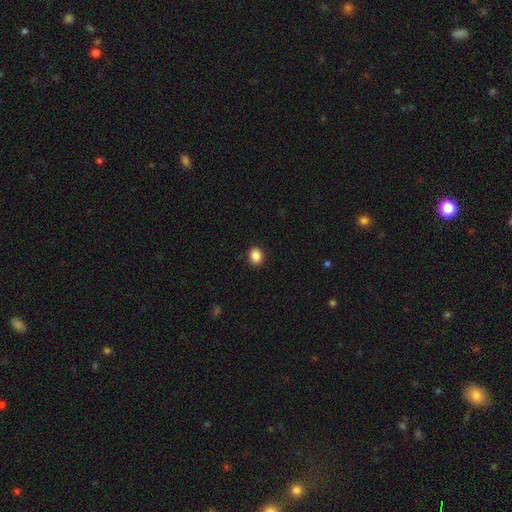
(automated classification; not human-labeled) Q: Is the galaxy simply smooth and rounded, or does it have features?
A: smooth — 88%.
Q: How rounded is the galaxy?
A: round — 57%.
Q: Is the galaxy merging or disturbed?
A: none — 91%.